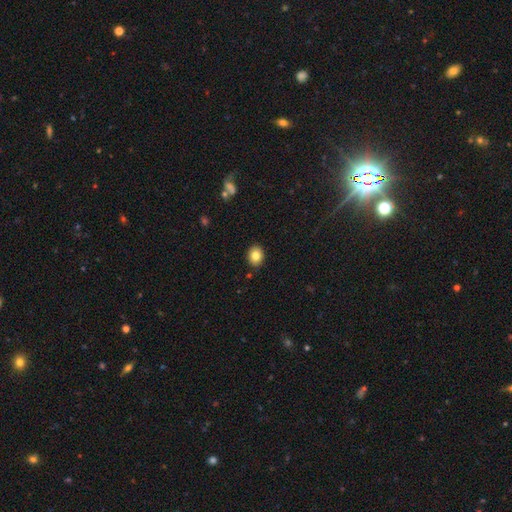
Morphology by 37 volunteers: smooth 89%, featured or disk 5%, star or artifact 5%. Down the decision tree: how rounded — round (64%); merging — none (91%).